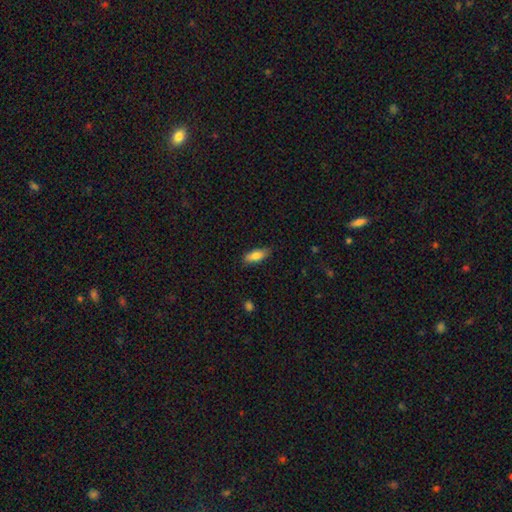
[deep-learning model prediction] A smooth galaxy with no disk features (82%) that is in between round and cigar-shaped (71%).

Vote fractions:
- Smooth or featured? smooth: 82% / featured or disk: 11% / star or artifact: 7%
- How rounded? in between: 71% / cigar-shaped: 26% / round: 2%
- Merging? none: 81% / minor disturbance: 15% / major disturbance: 3% / merger: 1%